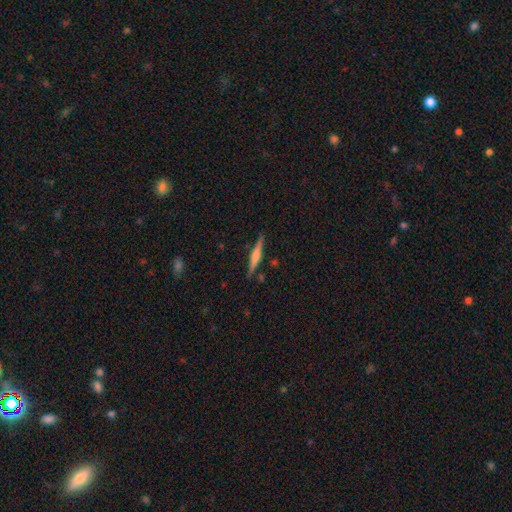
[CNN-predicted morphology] Smooth or featured? Predicted: featured or disk (p=0.63). Edge-on disk? Predicted: yes (p=0.98). Edge-on bulge? Predicted: rounded (p=0.69). Merging? Predicted: none (p=0.88).